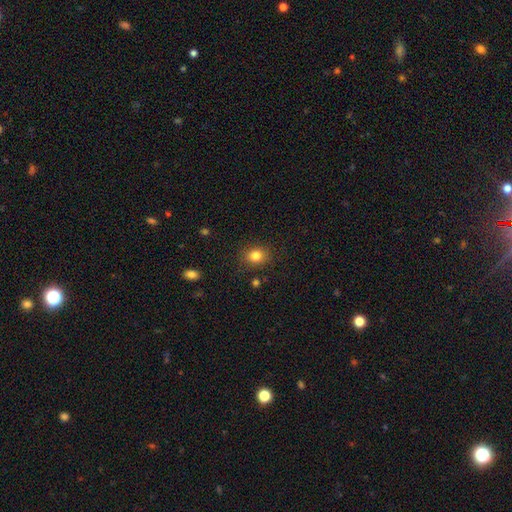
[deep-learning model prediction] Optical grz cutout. It shows a smooth galaxy with no disk features (82%) that is round (68%). Merging: none (86%).